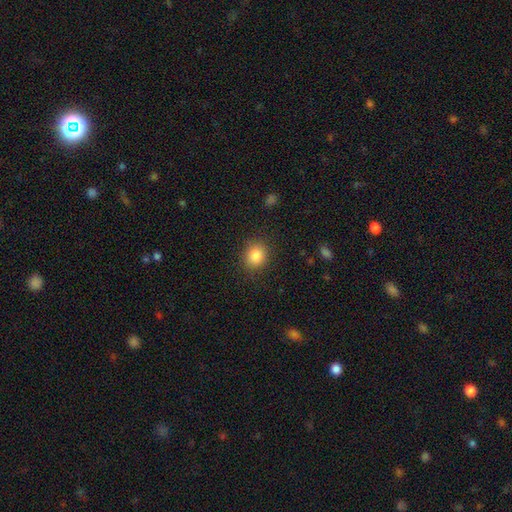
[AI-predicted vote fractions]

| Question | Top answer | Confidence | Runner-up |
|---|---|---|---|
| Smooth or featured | smooth | 85% | star or artifact (10%) |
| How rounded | round | 77% | in between (22%) |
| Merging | none | 87% | minor disturbance (9%) |